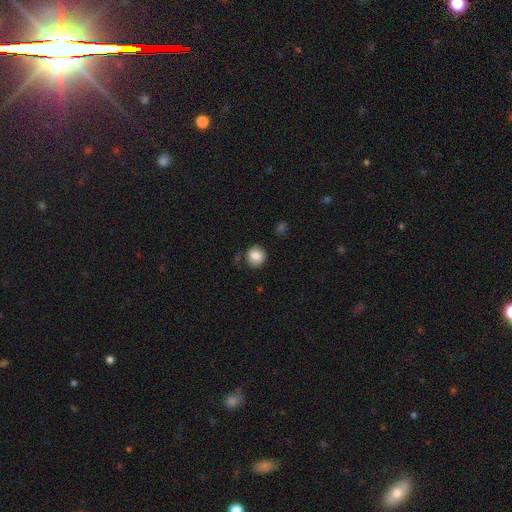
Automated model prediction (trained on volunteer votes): Morphology: type=smooth (83%); roundness=round (79%); merging=none (77%).